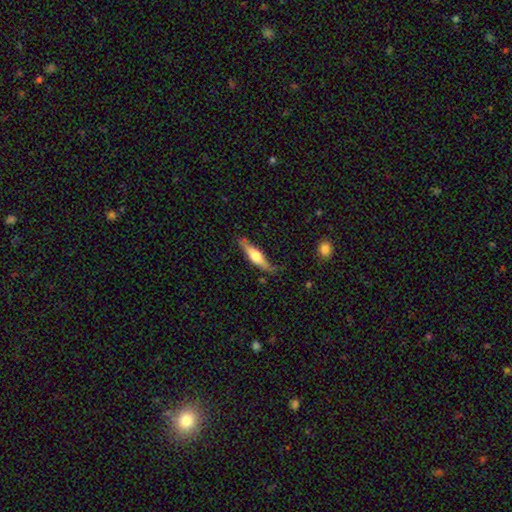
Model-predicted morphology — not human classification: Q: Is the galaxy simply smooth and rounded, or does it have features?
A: featured or disk — 54%.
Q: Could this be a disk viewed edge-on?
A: yes — 92%.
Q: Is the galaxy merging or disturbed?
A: none — 73%.